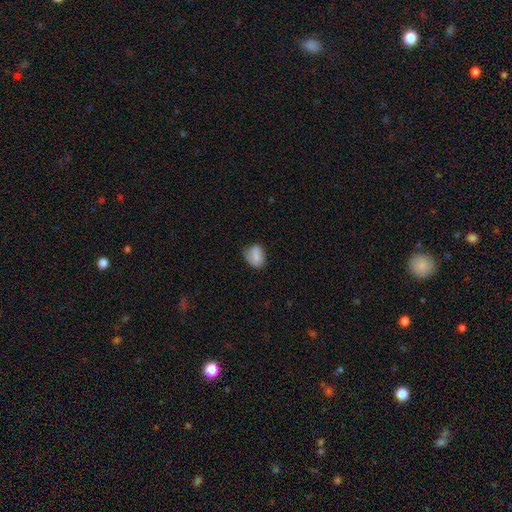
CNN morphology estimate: Smooth or featured? Predicted: smooth (p=0.69). How rounded? Predicted: in between (p=0.57). Merging? Predicted: none (p=0.56).